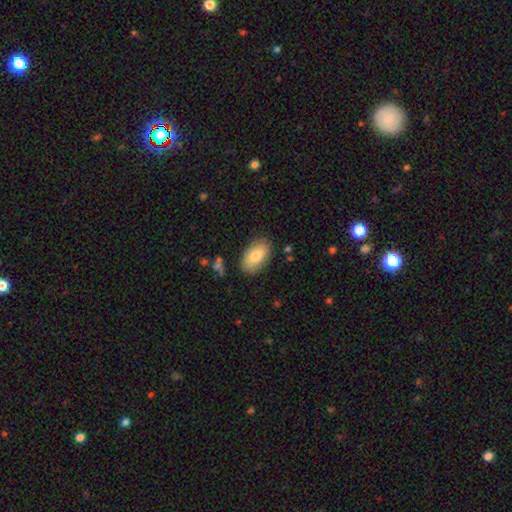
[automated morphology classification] smooth 79%, featured or disk 15%, star or artifact 7%. Down the decision tree: how rounded — in between (93%); merging — none (83%).